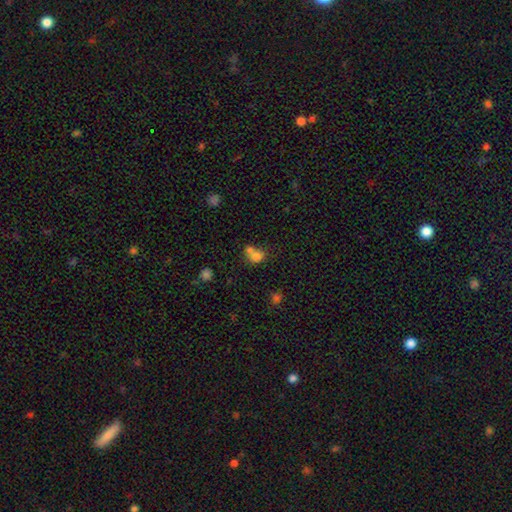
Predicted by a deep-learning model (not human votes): This appears to be a smooth galaxy with no disk features (75%) that is round (62%). Merging: merger (59%).